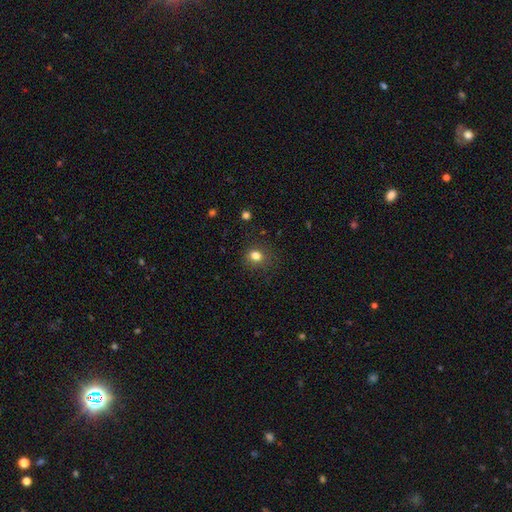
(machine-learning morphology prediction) Overall: smooth (79%). How rounded: round (73%). Merging: none (82%).